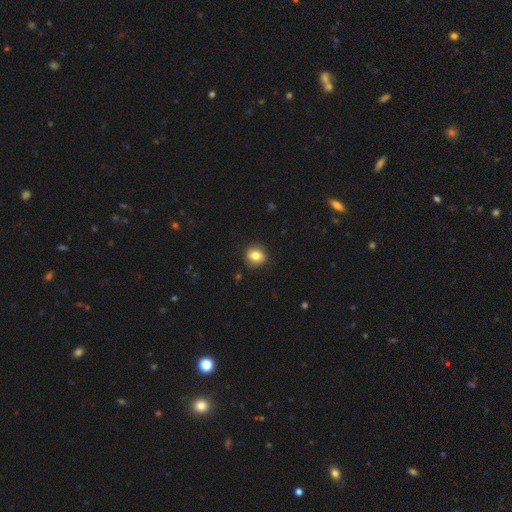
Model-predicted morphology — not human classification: smooth 82%, star or artifact 9%, featured or disk 9%. Down the decision tree: how rounded — round (77%); merging — none (88%).